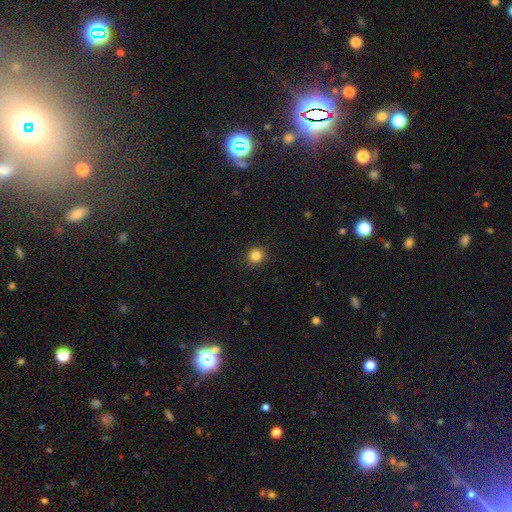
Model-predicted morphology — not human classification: smooth_or_featured: smooth (p=0.84) [alt: star or artifact p=0.11]
how_rounded: round (p=0.91) [alt: in between p=0.08]
merging: none (p=0.89) [alt: minor disturbance p=0.07]